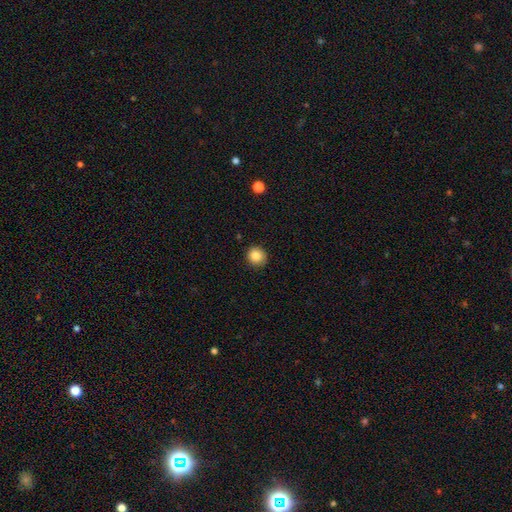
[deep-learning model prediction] A smooth galaxy with no disk features (84%) that is round (89%). Merging: none (91%).